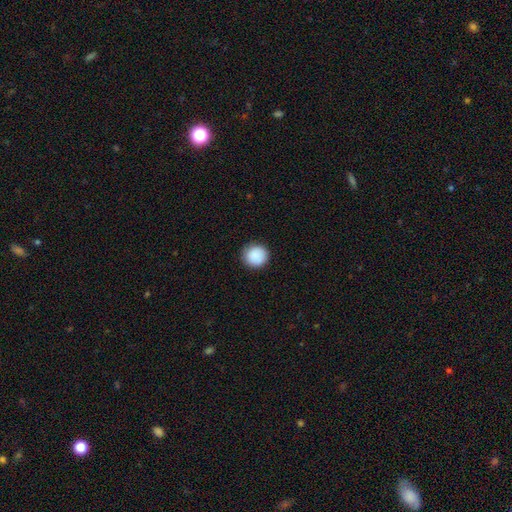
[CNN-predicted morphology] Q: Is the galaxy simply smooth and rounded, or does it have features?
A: smooth — 90%.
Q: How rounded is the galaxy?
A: round — 94%.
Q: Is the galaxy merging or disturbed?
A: none — 90%.